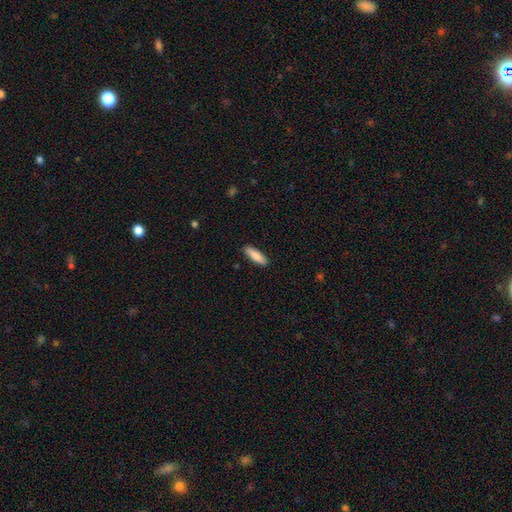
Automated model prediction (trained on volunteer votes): Smooth or featured: smooth — 86% (featured or disk — 8%)
How rounded: cigar-shaped — 60% (in between — 39%)
Merging: none — 89% (minor disturbance — 8%)